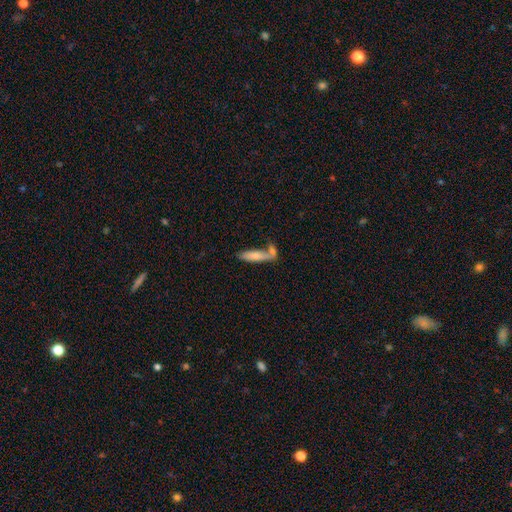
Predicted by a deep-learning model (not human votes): This is likely a smooth galaxy (70%). How rounded: likely cigar-shaped (70%). Merging: marginally none (45%).